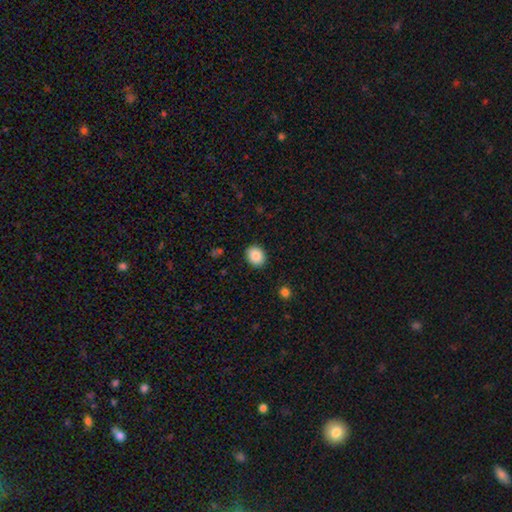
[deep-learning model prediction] Overall: smooth (88%). How rounded: round (51%; in between 48%). Merging: none (89%).